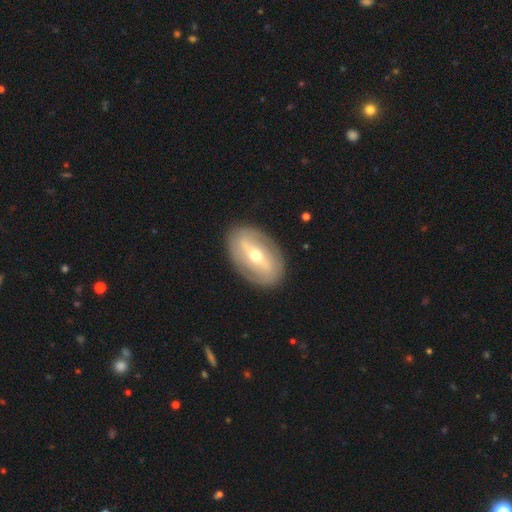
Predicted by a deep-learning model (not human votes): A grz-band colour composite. It shows a featured or disk galaxy (70%) with a strong bar (48%), spiral arms (56%) and a moderate central bulge (68%). Merging: none (86%).